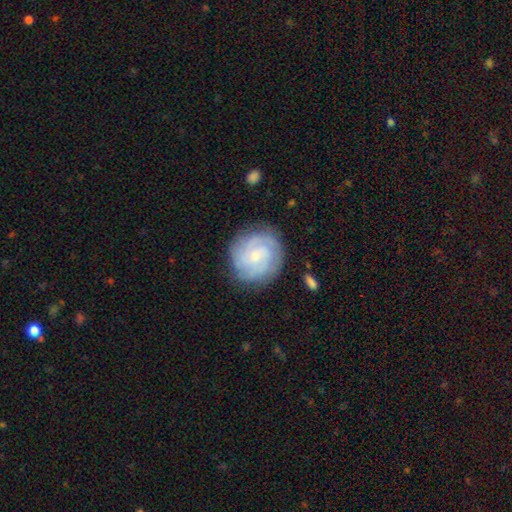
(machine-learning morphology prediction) This appears to be a featured or disk galaxy (72%) with no bar (57%), tight (69%) spiral arms (94%) and a small central bulge (61%). Merging: none (81%).